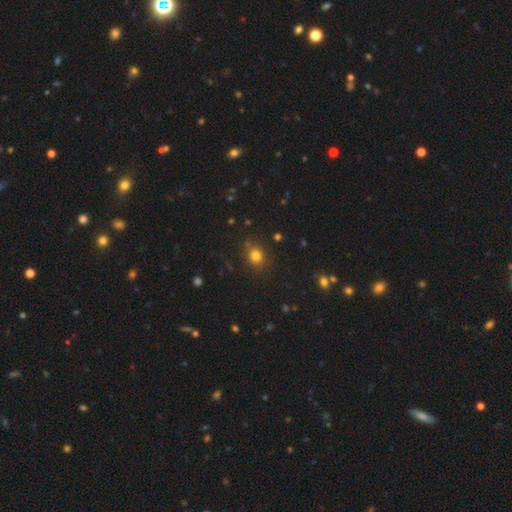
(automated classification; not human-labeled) smooth 79%, star or artifact 15%, featured or disk 6%. Down the decision tree: how rounded — round (73%); merging — none (84%).